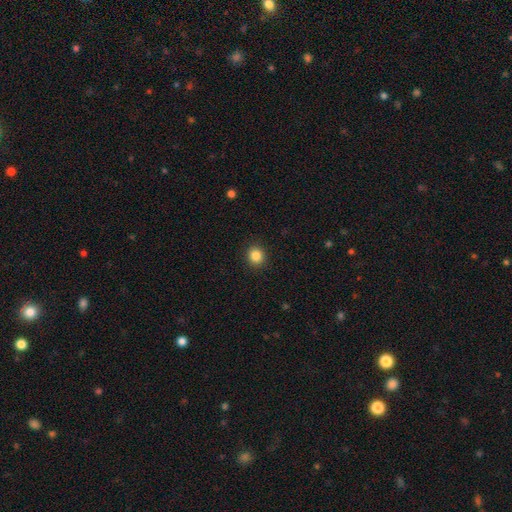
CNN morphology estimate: The model was most divided on "how rounded": round: 86%, in between: 13%, cigar-shaped: 1%. More confident: merging — none (91%); smooth or featured — smooth (86%).